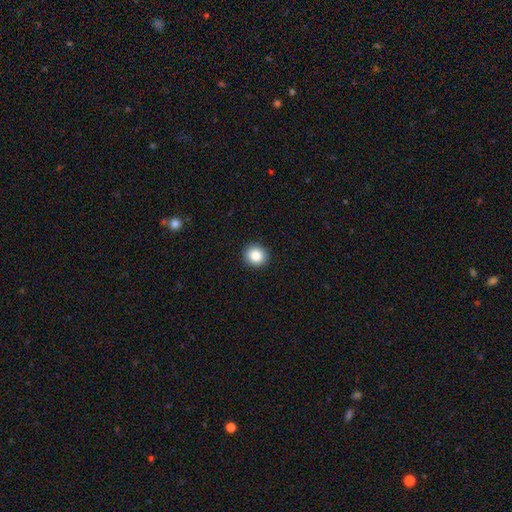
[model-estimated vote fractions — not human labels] Morphology: type=smooth (85%); roundness=round (89%); merging=none (93%).